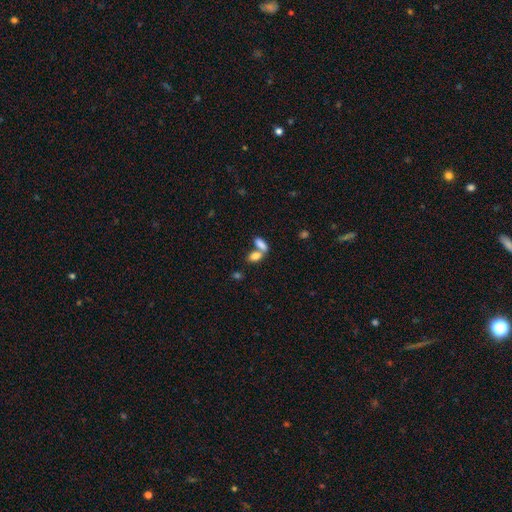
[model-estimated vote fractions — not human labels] Q: Smooth or featured?
A: smooth (82%); runner-up: featured or disk (9%)
Q: How rounded?
A: in between (87%); runner-up: round (7%)
Q: Merging?
A: merger (56%); runner-up: none (33%)